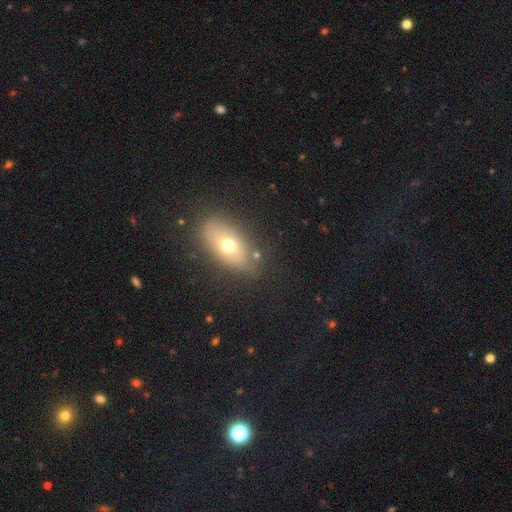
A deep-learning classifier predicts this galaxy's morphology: type=smooth (59%); roundness=in between (83%); merging=none (80%).